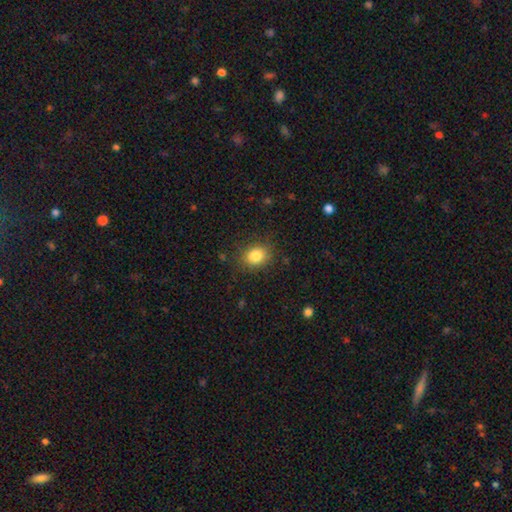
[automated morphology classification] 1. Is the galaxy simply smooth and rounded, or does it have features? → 84% smooth, 10% star or artifact, 6% featured or disk.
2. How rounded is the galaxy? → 56% round, 43% in between, 1% cigar-shaped.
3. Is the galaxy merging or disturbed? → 83% none, 12% minor disturbance, 4% major disturbance, 1% merger.